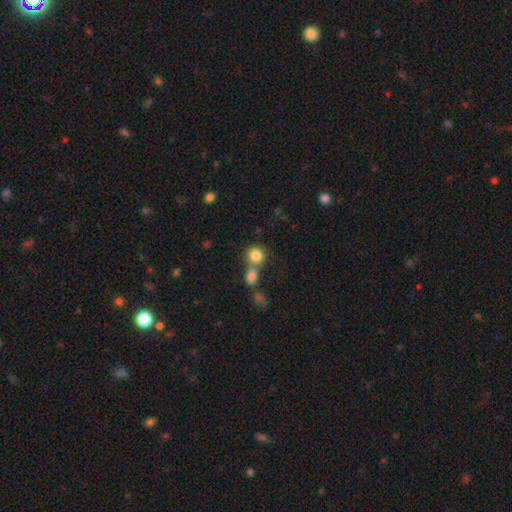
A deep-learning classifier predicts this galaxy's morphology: smooth-or-featured: smooth: 83% | star or artifact: 10% | featured or disk: 7%
  how-rounded: round: 85% | in between: 14% | cigar-shaped: 1%
  merging: none: 48% | merger: 40% | minor disturbance: 8% | major disturbance: 4%